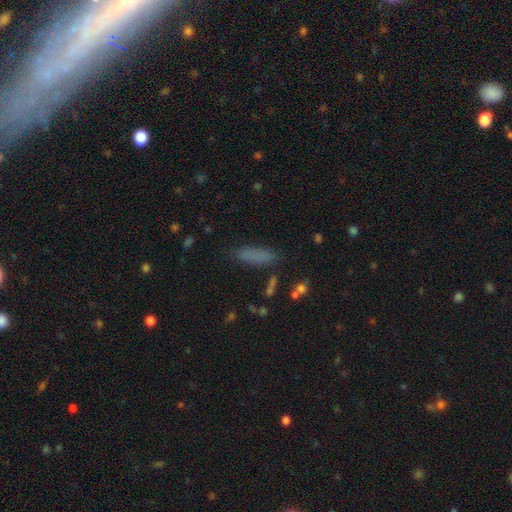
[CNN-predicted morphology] Overall: smooth (80%). How rounded: cigar-shaped (64%; in between 34%). Merging: none (80%).